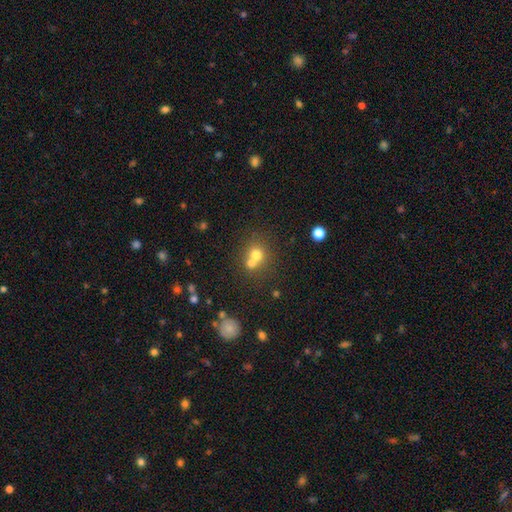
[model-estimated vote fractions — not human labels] A smooth galaxy with no disk features (67%) that is round (81%). Merging: merger (50%).